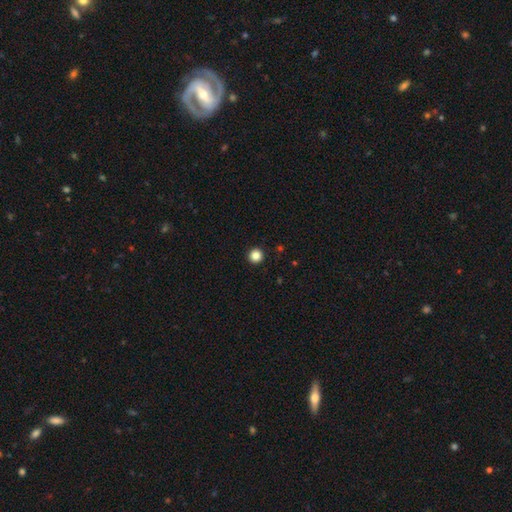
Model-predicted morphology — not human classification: Overall: smooth (86%). How rounded: round (96%). Merging: none (94%).